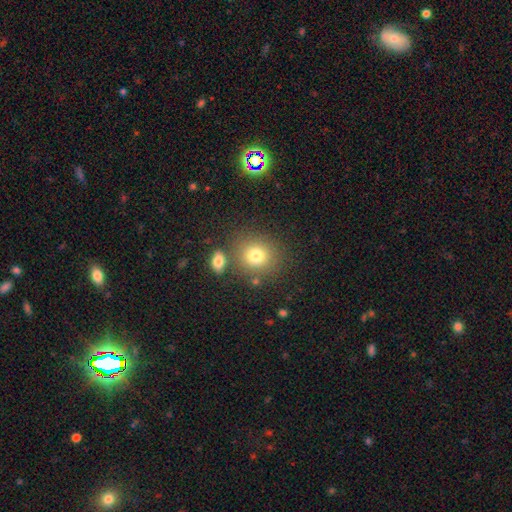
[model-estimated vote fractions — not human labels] The model was most divided on "how rounded": round: 82%, in between: 17%, cigar-shaped: 1%. More confident: smooth or featured — smooth (78%); merging — none (76%).